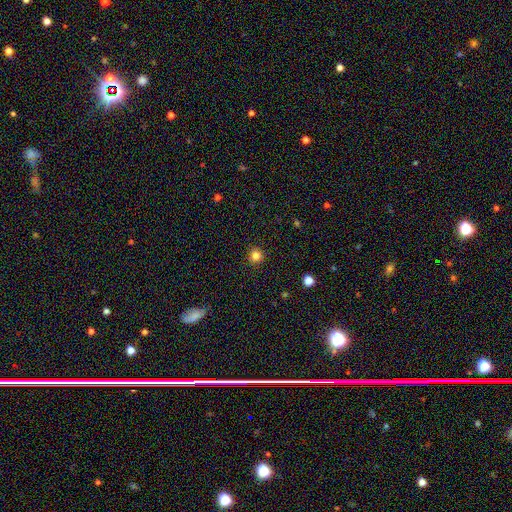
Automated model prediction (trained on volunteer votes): Overall: smooth (83%). How rounded: round (92%). Merging: none (92%).